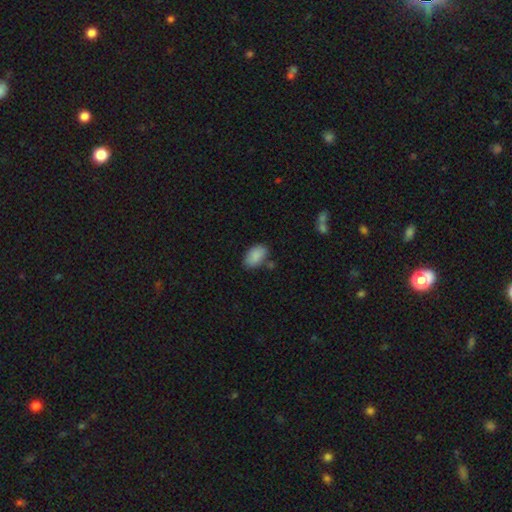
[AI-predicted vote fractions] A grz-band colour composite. It shows a smooth galaxy with no disk features (88%) that is in between round and cigar-shaped (91%). Merging: none (73%).